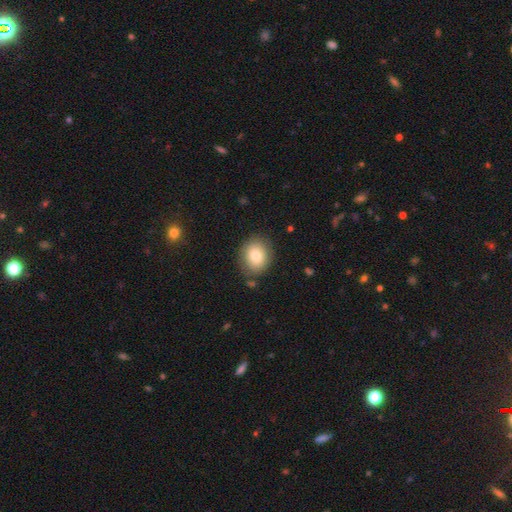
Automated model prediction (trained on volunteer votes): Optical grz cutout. It shows a smooth galaxy with no disk features (79%) that is round (61%). Merging: none (82%).